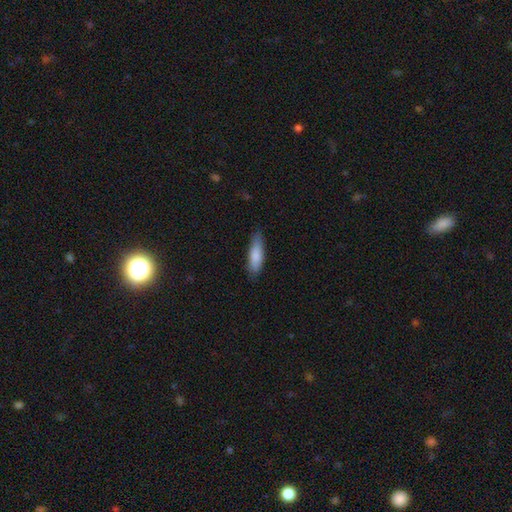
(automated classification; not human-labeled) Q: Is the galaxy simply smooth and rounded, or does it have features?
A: smooth — 85%.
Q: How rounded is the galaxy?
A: cigar-shaped — 56%.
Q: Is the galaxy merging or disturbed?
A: none — 79%.